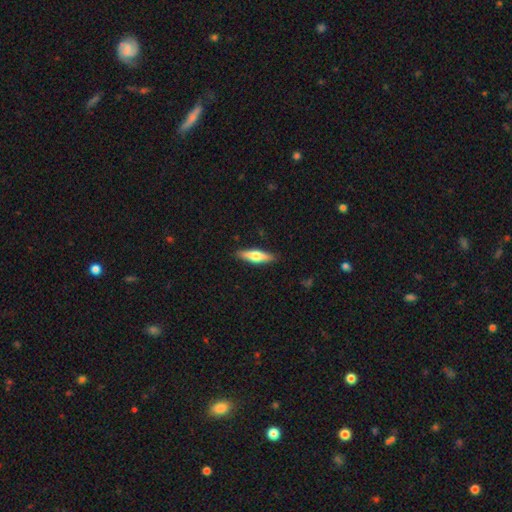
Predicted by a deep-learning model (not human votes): Smooth or featured?
  - smooth: 54% *
  - featured or disk: 40%
  - star or artifact: 6%
How rounded?
  - cigar-shaped: 68% *
  - in between: 30%
  - round: 2%
Merging?
  - none: 89% *
  - minor disturbance: 8%
  - major disturbance: 2%
  - merger: 1%